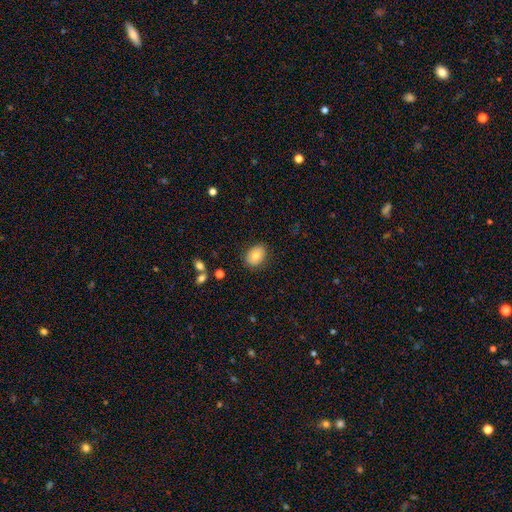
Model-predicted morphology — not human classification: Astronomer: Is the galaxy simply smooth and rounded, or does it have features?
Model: smooth — 79%.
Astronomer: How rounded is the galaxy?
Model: in between — 68%.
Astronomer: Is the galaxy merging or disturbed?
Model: none — 84%.